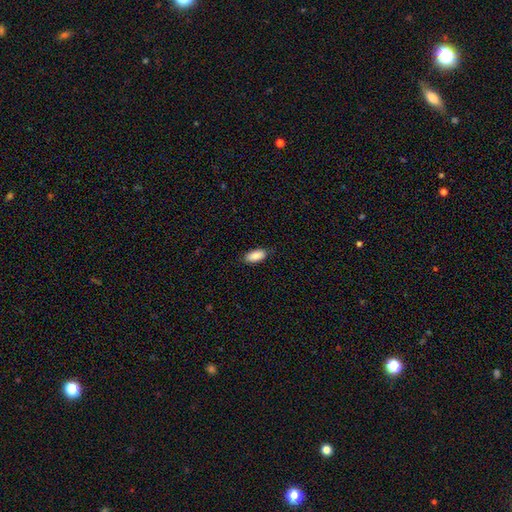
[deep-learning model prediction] Smooth or featured? Predicted: smooth (p=0.88). How rounded? Predicted: in between (p=0.90). Merging? Predicted: none (p=0.85).